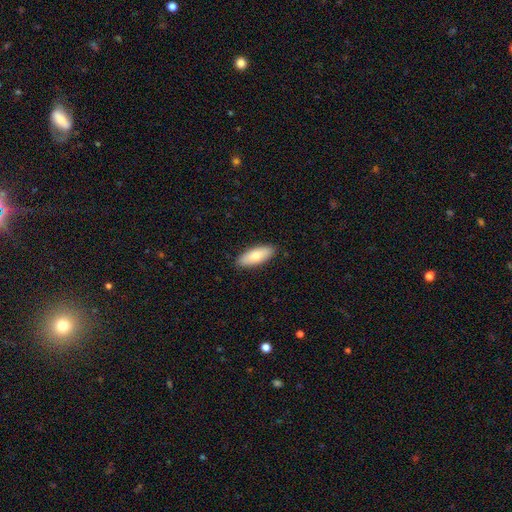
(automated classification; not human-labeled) smooth 76%, featured or disk 18%, star or artifact 6%. Down the decision tree: how rounded — in between (76%); merging — none (89%).